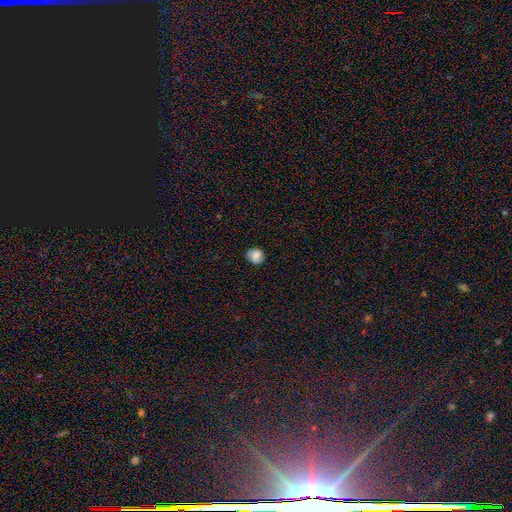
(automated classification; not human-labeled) Smooth or featured: smooth — 77% (featured or disk — 12%)
How rounded: round — 73% (in between — 26%)
Merging: none — 79% (minor disturbance — 15%)